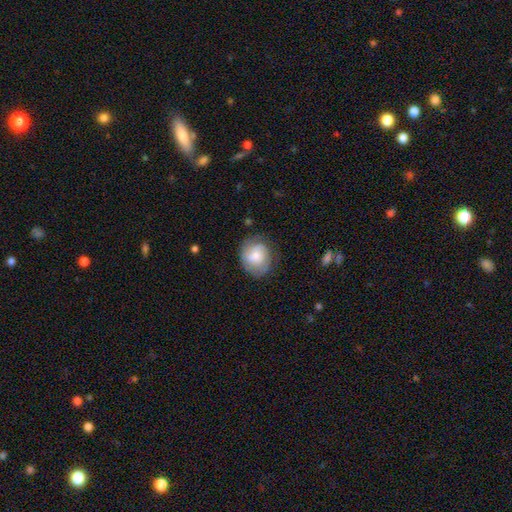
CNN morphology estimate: This appears to be a smooth galaxy with no disk features (50%). Merging: none (70%).